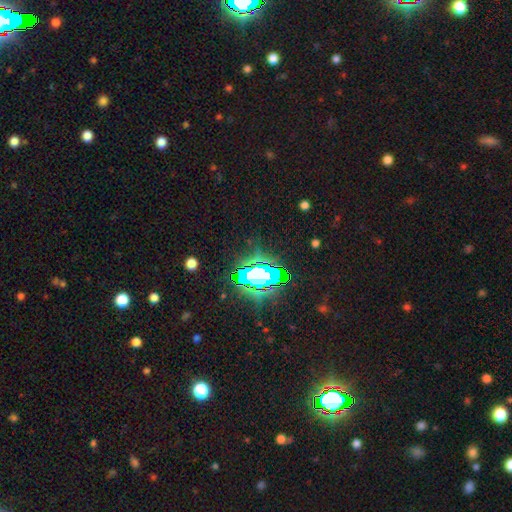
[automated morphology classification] Smooth or featured? star or artifact (81%)